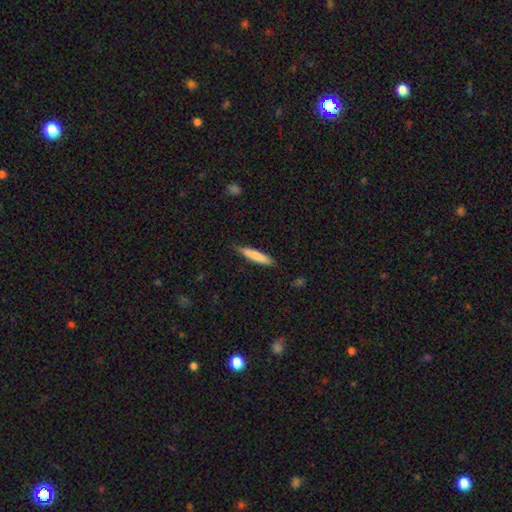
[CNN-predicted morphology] Smooth or featured? Predicted: smooth (p=0.80). How rounded? Predicted: cigar-shaped (p=0.88). Merging? Predicted: none (p=0.82).